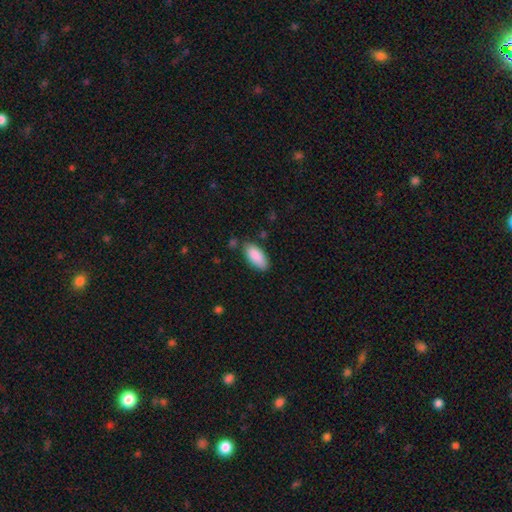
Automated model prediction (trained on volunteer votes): This is clearly a smooth galaxy (89%). How rounded: clearly in between (89%). Merging: likely none (80%).